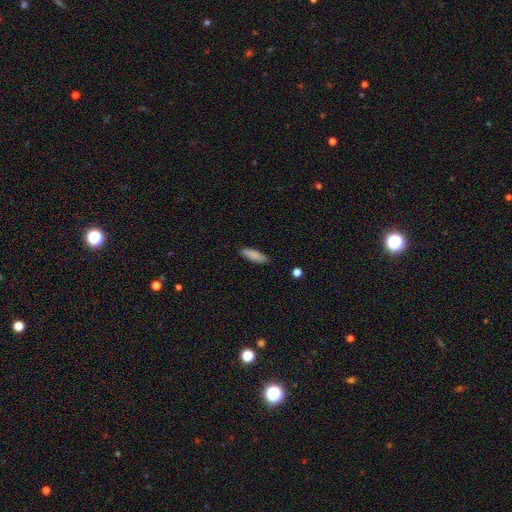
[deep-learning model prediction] The model was most divided on "how rounded": cigar-shaped: 56%, in between: 43%, round: 2%. More confident: merging — none (82%); smooth or featured — smooth (81%).